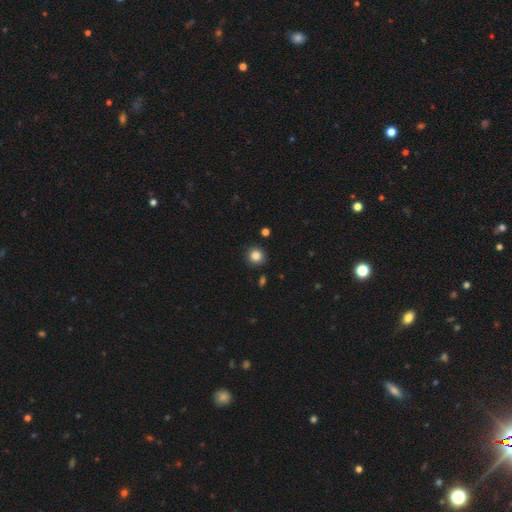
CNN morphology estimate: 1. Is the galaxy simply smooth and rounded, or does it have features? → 85% smooth, 11% star or artifact, 4% featured or disk.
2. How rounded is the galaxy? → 92% round, 7% in between, 1% cigar-shaped.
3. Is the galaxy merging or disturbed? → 89% none, 7% minor disturbance, 2% major disturbance, 2% merger.